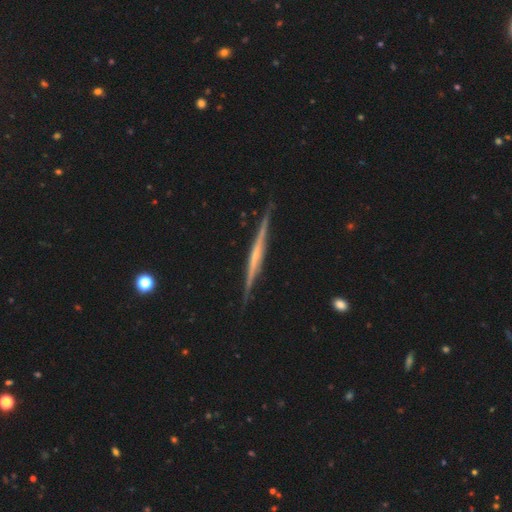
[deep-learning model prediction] This is likely a featured or disk galaxy (79%). It is clearly viewed edge-on (98%). Edge-on bulge: possibly none (49%). Merging: clearly none (88%).